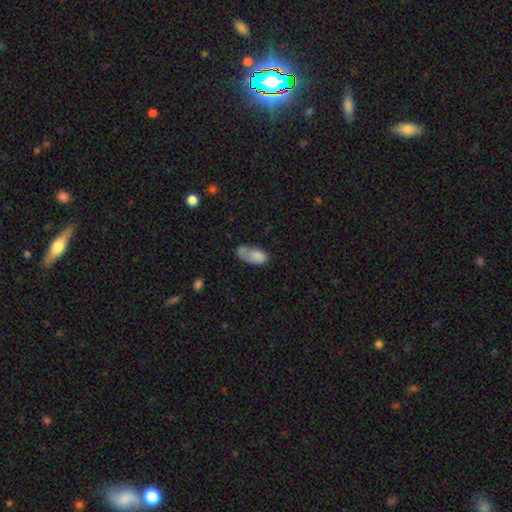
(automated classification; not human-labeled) This is likely a smooth galaxy (76%). How rounded: clearly in between (92%). Merging: marginally none (34%).